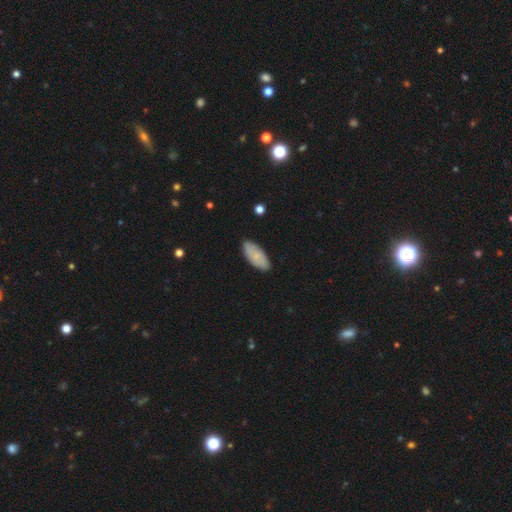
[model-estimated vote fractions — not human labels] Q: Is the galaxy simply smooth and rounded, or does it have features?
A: smooth — 75%.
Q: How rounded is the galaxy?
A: in between — 87%.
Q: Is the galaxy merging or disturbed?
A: none — 84%.